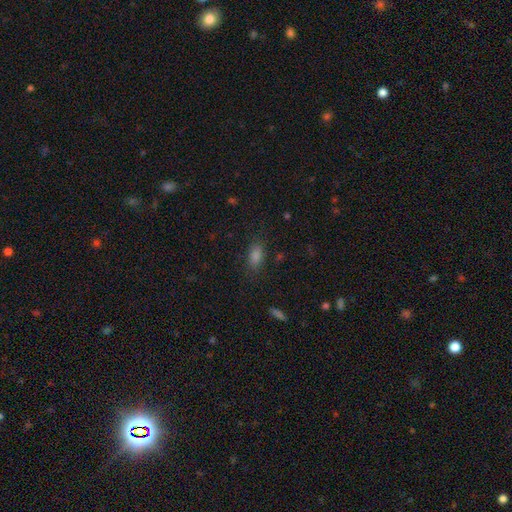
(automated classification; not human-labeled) smooth-or-featured: smooth: 76% | star or artifact: 17% | featured or disk: 7%
  how-rounded: in between: 82% | cigar-shaped: 11% | round: 7%
  merging: none: 82% | minor disturbance: 12% | major disturbance: 4% | merger: 2%